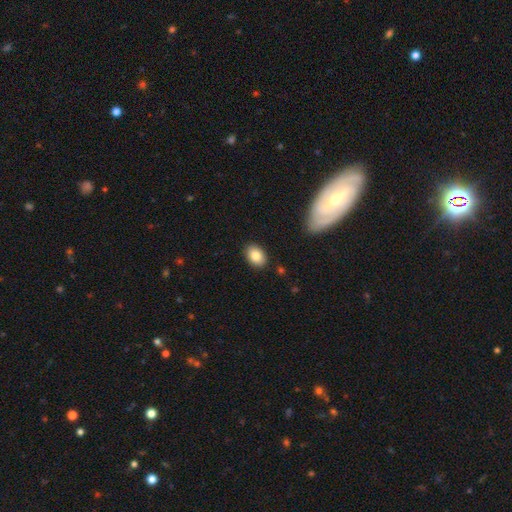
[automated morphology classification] Smooth or featured? smooth (85%)
How rounded? in between (82%)
Merging? none (87%)